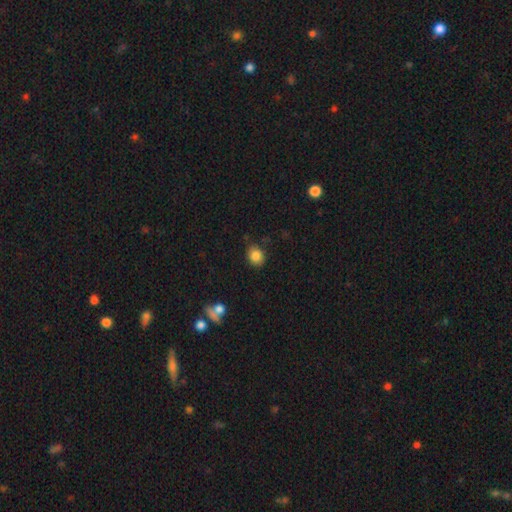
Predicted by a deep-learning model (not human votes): A smooth galaxy with no disk features (84%) that is round (65%). Merging: none (78%).